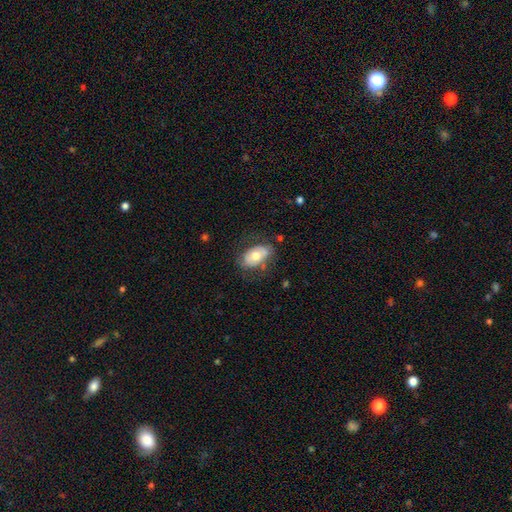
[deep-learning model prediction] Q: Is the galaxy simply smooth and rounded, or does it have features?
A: smooth — 63%.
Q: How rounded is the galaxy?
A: in between — 91%.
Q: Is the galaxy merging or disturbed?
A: none — 68%.